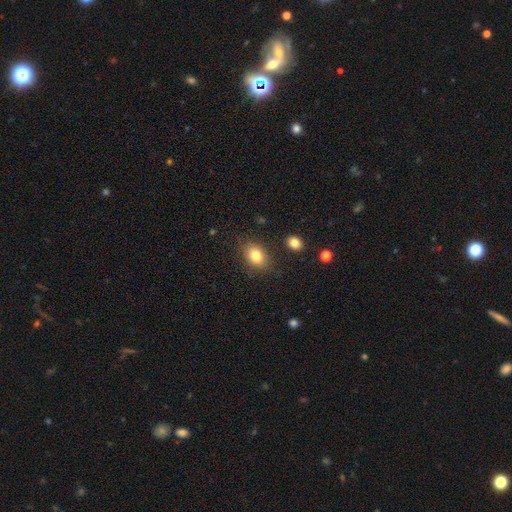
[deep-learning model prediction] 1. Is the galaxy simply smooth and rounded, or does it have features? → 82% smooth, 9% star or artifact, 9% featured or disk.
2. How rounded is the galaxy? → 75% in between, 24% round, 1% cigar-shaped.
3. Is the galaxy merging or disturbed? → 83% none, 11% minor disturbance, 3% major disturbance, 2% merger.